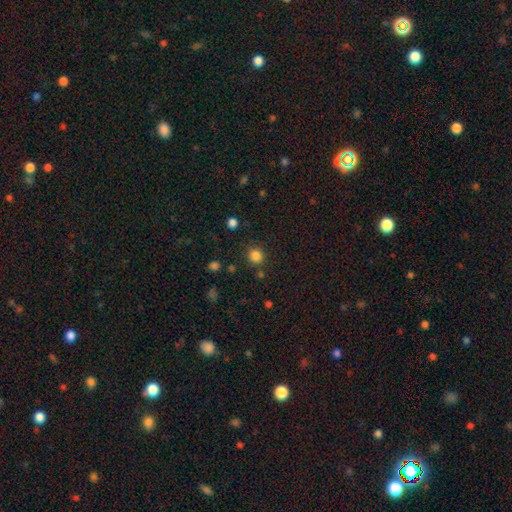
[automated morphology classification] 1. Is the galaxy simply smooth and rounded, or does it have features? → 83% smooth, 13% star or artifact, 4% featured or disk.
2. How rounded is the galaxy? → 89% round, 10% in between, 1% cigar-shaped.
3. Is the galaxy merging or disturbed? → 86% none, 8% minor disturbance, 3% merger, 3% major disturbance.